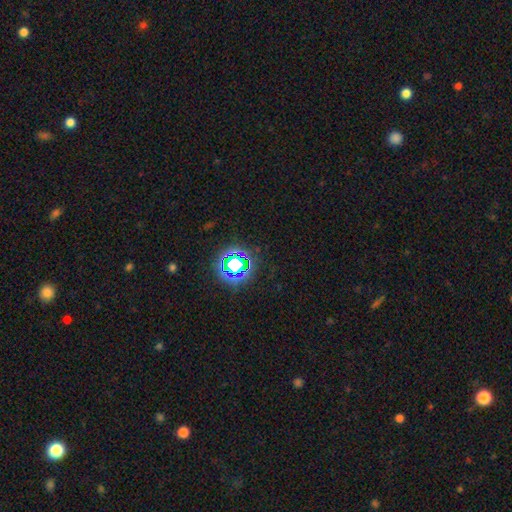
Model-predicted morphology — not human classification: star or artifact 77%, smooth 17%, featured or disk 7%.